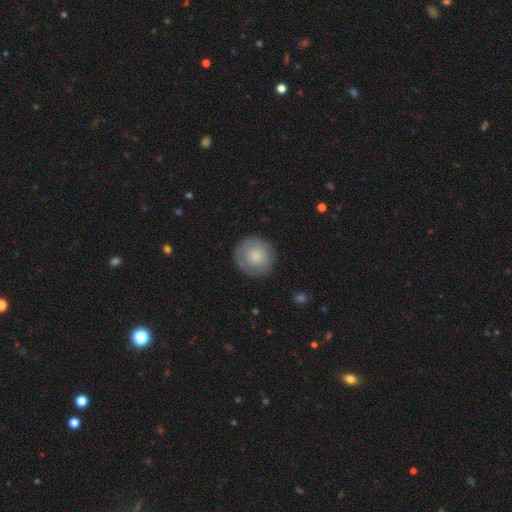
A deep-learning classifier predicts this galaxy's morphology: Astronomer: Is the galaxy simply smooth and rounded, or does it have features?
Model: smooth — 69%.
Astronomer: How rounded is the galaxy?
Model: round — 92%.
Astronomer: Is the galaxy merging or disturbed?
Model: none — 83%.